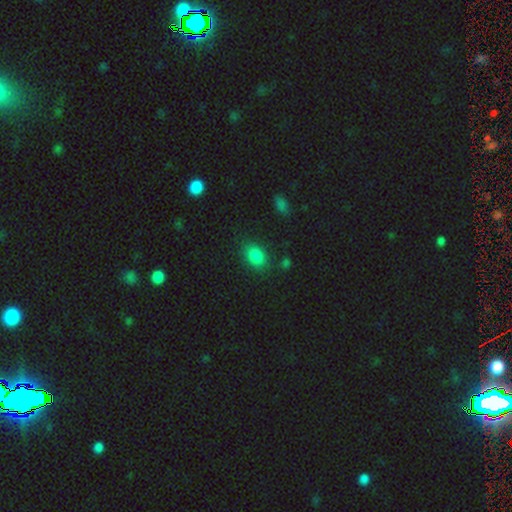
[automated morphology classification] Smooth or featured?
  - smooth: 84% *
  - star or artifact: 11%
  - featured or disk: 5%
How rounded?
  - in between: 72% *
  - round: 26%
  - cigar-shaped: 2%
Merging?
  - none: 80% *
  - minor disturbance: 13%
  - major disturbance: 4%
  - merger: 3%